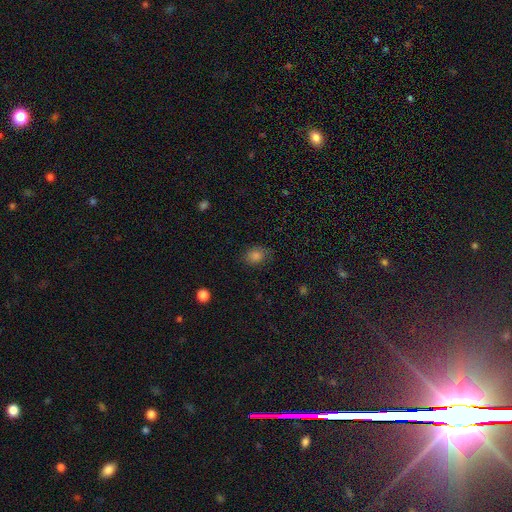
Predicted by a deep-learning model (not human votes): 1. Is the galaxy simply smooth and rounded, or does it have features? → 77% smooth, 15% star or artifact, 8% featured or disk.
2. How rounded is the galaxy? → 59% in between, 40% round, 1% cigar-shaped.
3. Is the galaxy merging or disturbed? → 76% none, 18% minor disturbance, 4% major disturbance, 1% merger.